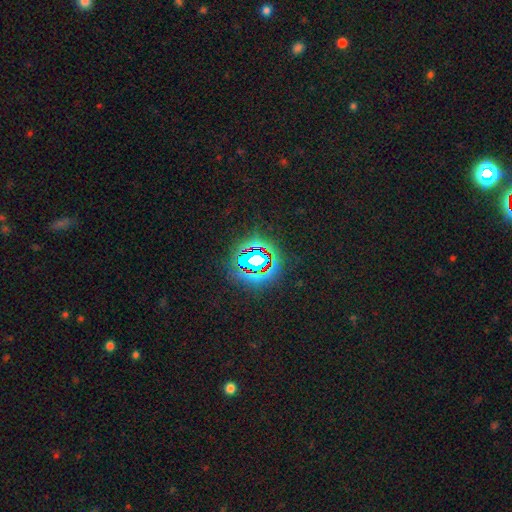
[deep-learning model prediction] smooth_or_featured: star or artifact (p=0.76) [alt: smooth p=0.14]